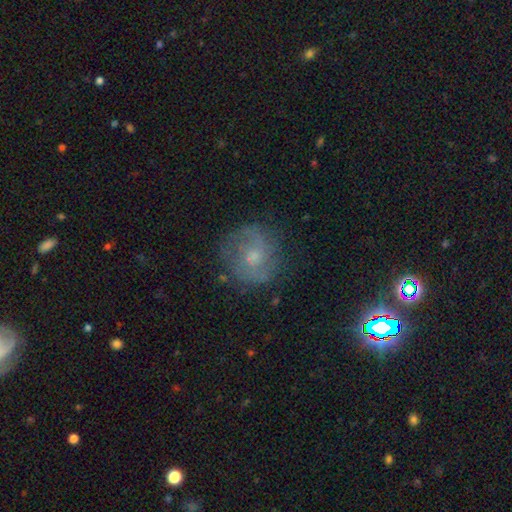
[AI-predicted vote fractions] Smooth or featured? Predicted: featured or disk (p=0.54). Edge-on disk? Predicted: no (p=0.97). Bar? Predicted: no (p=0.64). Spiral arms? Predicted: yes (p=0.82). Bulge size? Predicted: moderate (p=0.48). Merging? Predicted: none (p=0.77).